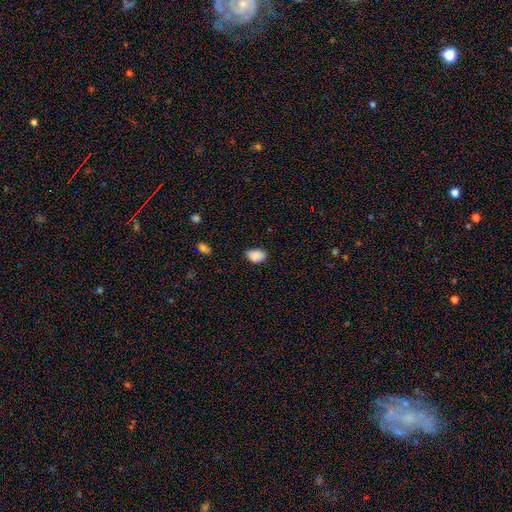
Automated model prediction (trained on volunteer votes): Morphology: type=smooth (88%); roundness=in between (86%); merging=none (73%).